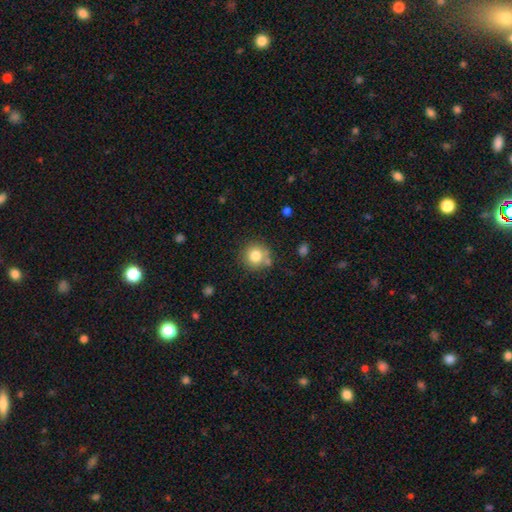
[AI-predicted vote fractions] Q: Smooth or featured?
A: smooth (80%); runner-up: star or artifact (11%)
Q: How rounded?
A: round (92%); runner-up: in between (7%)
Q: Merging?
A: none (74%); runner-up: minor disturbance (12%)